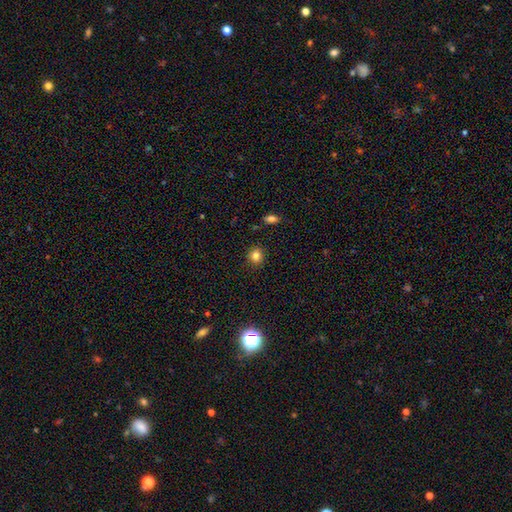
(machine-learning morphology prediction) A smooth galaxy with no disk features (82%) that is round (86%).

Vote fractions:
- Smooth or featured? smooth: 82% / star or artifact: 12% / featured or disk: 5%
- How rounded? round: 86% / in between: 13% / cigar-shaped: 1%
- Merging? none: 90% / minor disturbance: 7% / major disturbance: 2% / merger: 1%